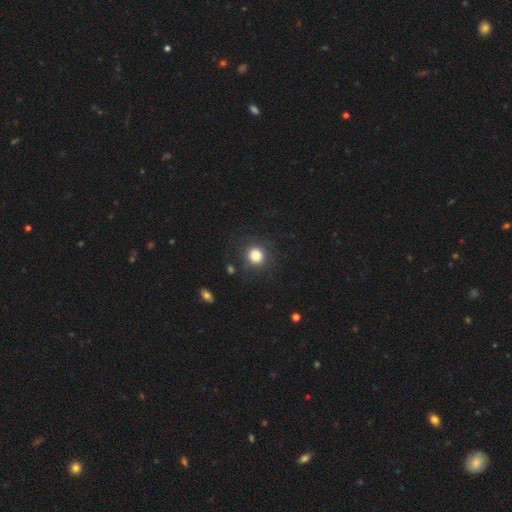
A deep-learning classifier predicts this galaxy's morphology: smooth 82%, star or artifact 11%, featured or disk 7%. Down the decision tree: how rounded — round (91%); merging — none (84%).